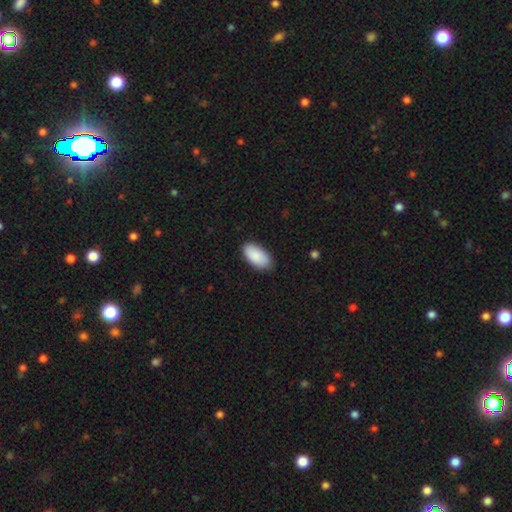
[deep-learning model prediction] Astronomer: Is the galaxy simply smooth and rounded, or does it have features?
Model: smooth — 90%.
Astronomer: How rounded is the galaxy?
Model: in between — 95%.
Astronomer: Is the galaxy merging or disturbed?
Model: none — 84%.